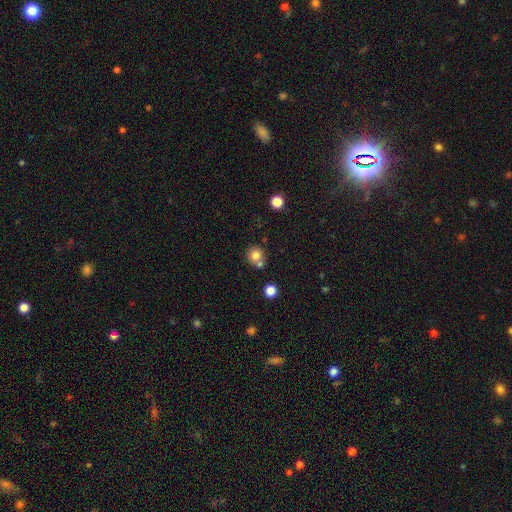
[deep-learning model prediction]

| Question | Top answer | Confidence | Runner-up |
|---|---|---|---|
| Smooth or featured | smooth | 78% | star or artifact (12%) |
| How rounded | round | 89% | in between (10%) |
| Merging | none | 58% | merger (30%) |